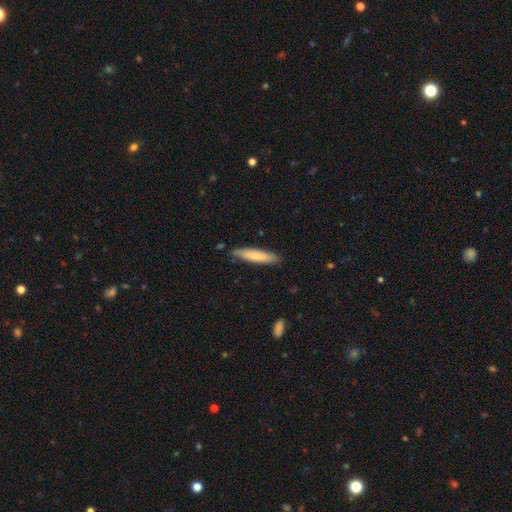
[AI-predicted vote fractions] smooth_or_featured: smooth (p=0.69) [alt: featured or disk p=0.25]
how_rounded: cigar-shaped (p=0.83) [alt: in between p=0.15]
merging: none (p=0.82) [alt: minor disturbance p=0.14]